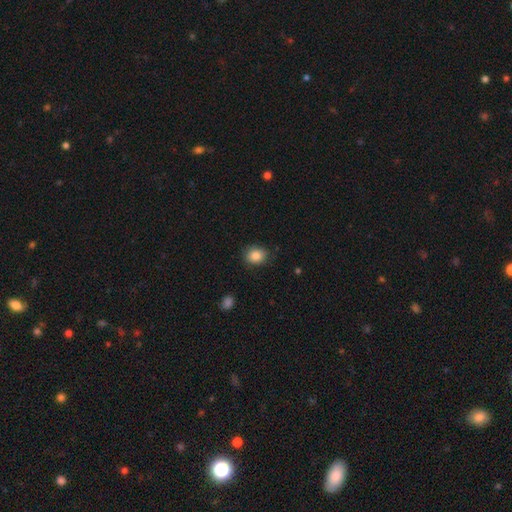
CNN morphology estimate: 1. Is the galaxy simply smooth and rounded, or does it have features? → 85% smooth, 9% star or artifact, 5% featured or disk.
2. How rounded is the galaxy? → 63% round, 36% in between, 1% cigar-shaped.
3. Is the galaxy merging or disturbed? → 84% none, 12% minor disturbance, 3% major disturbance, 1% merger.